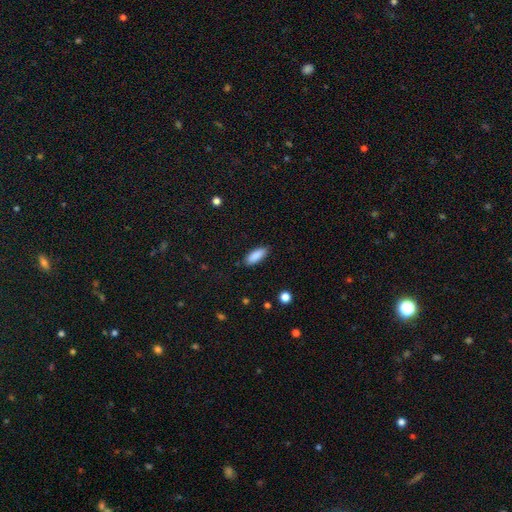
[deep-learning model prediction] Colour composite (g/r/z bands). It shows a smooth galaxy with no disk features (89%) that is in between round and cigar-shaped (74%). Merging: none (88%).